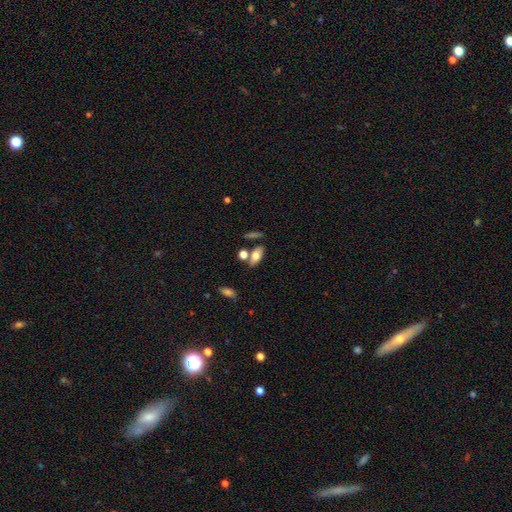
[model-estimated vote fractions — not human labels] smooth_or_featured: smooth (p=0.71) [alt: featured or disk p=0.21]
how_rounded: in between (p=0.84) [alt: cigar-shaped p=0.10]
merging: none (p=0.64) [alt: merger p=0.18]